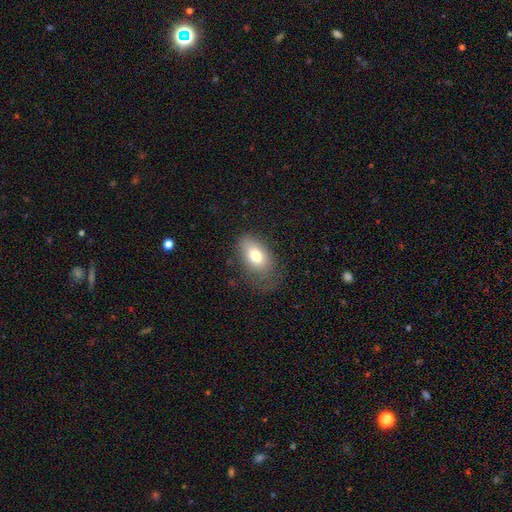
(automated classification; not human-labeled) Morphology: type=smooth (75%); roundness=in between (90%); merging=none (60%).